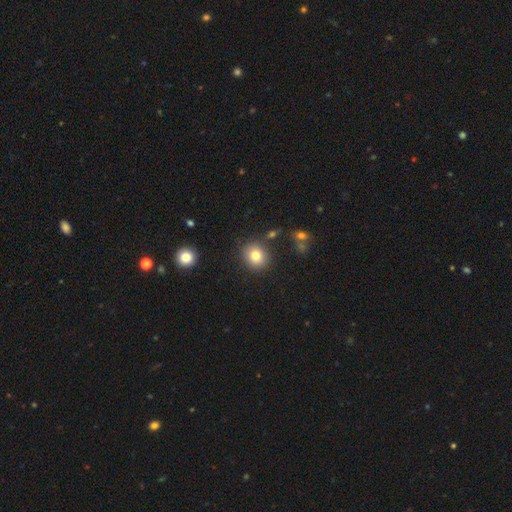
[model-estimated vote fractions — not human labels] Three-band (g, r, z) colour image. It shows a smooth galaxy with no disk features (79%) that is round (84%). Merging: none (84%).